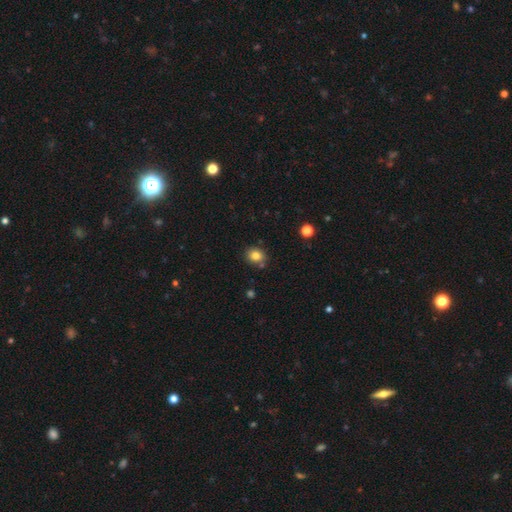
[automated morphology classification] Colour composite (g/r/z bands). It shows a smooth galaxy with no disk features (82%) that is round (67%). Merging: none (79%).